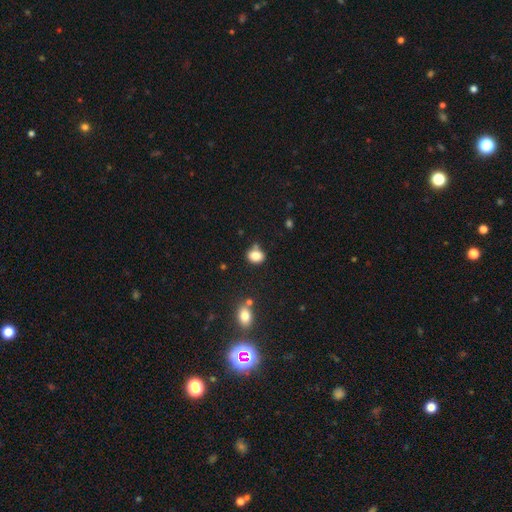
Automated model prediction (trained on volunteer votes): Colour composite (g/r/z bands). It shows a smooth galaxy with no disk features (83%) that is in between round and cigar-shaped (51%). Merging: none (64%).